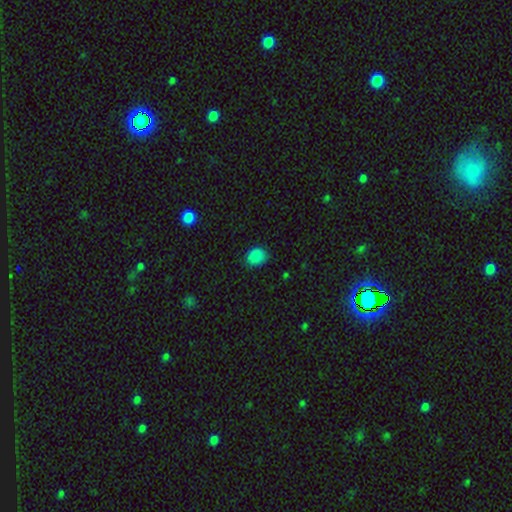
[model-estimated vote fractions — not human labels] smooth_or_featured: smooth (p=0.85) [alt: star or artifact p=0.11]
how_rounded: round (p=0.50) [alt: in between p=0.49]
merging: none (p=0.75) [alt: minor disturbance p=0.20]